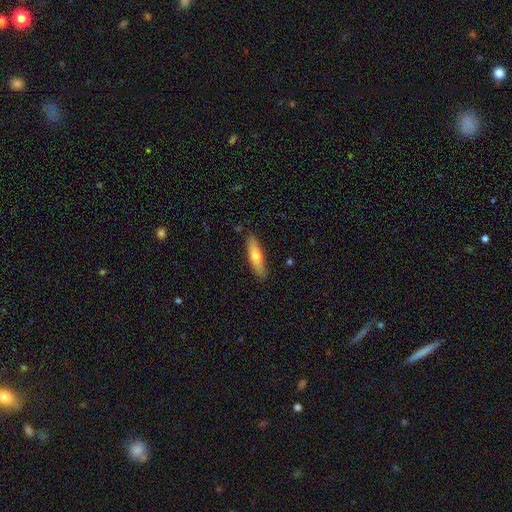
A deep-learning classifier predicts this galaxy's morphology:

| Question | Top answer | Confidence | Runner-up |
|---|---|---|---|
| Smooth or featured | smooth | 63% | featured or disk (30%) |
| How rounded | cigar-shaped | 67% | in between (31%) |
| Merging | none | 86% | minor disturbance (11%) |